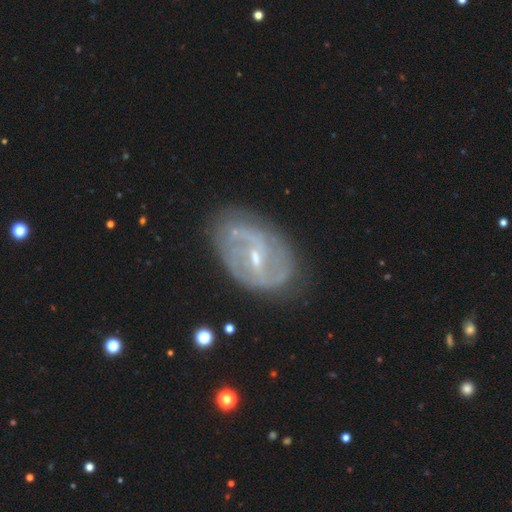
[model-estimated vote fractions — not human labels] This appears to be a featured or disk galaxy (84%) with a weak bar (49%), 2 (70%) medium (45%) spiral arms (87%) and a small central bulge (70%). Merging: none (71%).